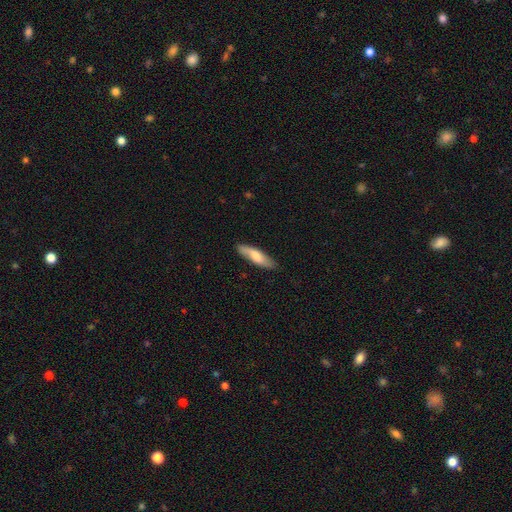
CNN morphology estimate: This appears to be a smooth galaxy with no disk features (68%) that is cigar-shaped (66%). Merging: none (83%).